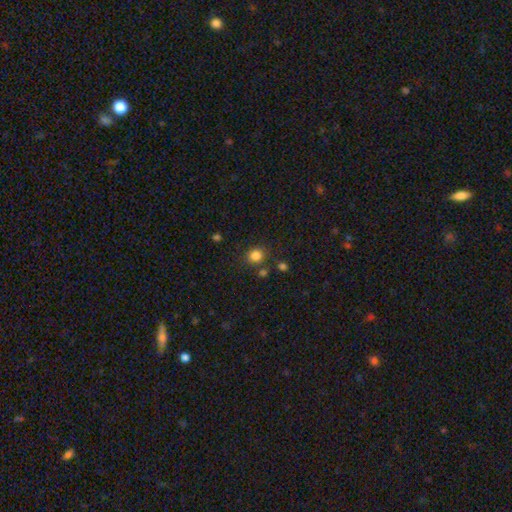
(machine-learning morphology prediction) Overall: smooth (83%). How rounded: round (79%). Merging: none (80%).